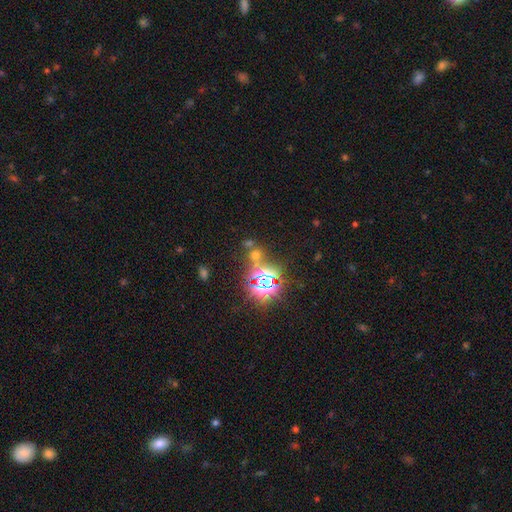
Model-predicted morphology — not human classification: Overall: star or artifact (60%; smooth 31%).